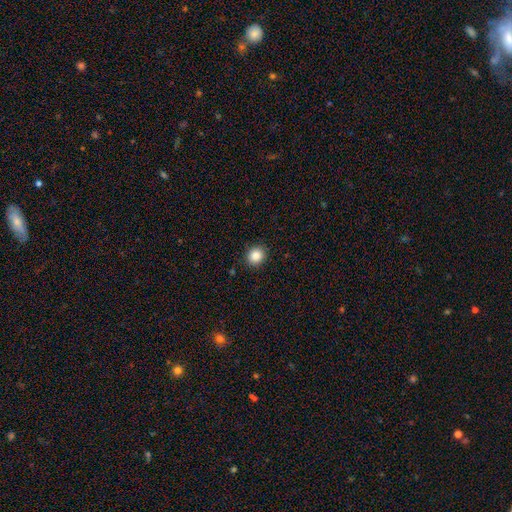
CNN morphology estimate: type=smooth (87%); roundness=round (85%); merging=none (91%).